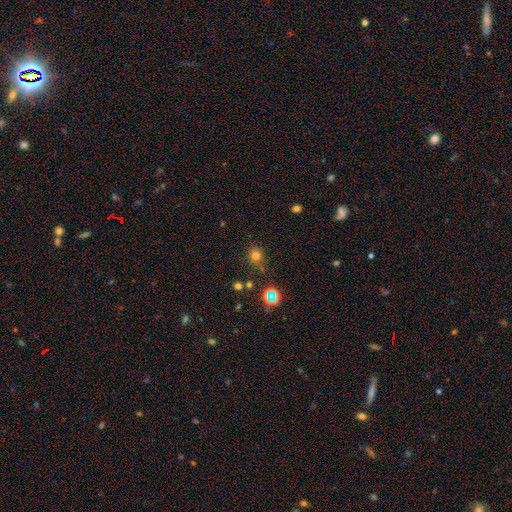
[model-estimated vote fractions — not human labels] A smooth galaxy with no disk features (70%) that is round (86%). Merging: none (78%).